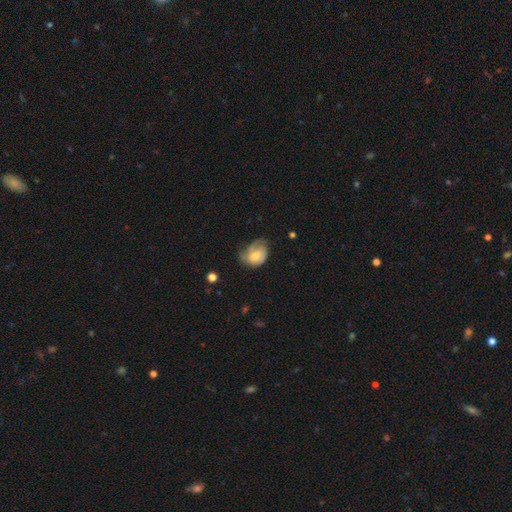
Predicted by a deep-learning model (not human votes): Smooth or featured: smooth — 50% (featured or disk — 43%)
Merging: none — 36% (minor disturbance — 34%)